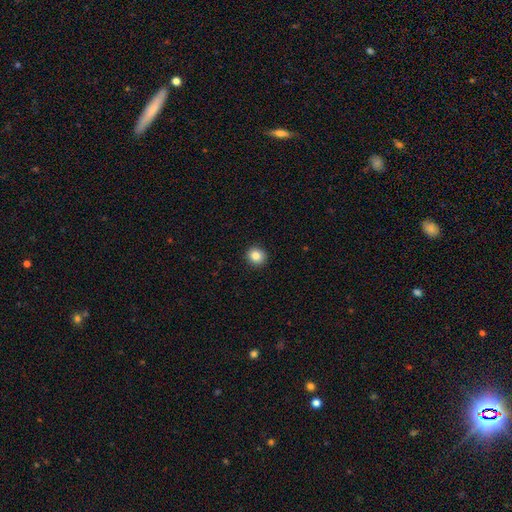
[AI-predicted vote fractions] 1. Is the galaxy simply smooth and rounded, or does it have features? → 85% smooth, 10% star or artifact, 5% featured or disk.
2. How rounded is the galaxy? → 88% round, 11% in between, 1% cigar-shaped.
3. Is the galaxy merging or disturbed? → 92% none, 5% minor disturbance, 2% major disturbance, 1% merger.